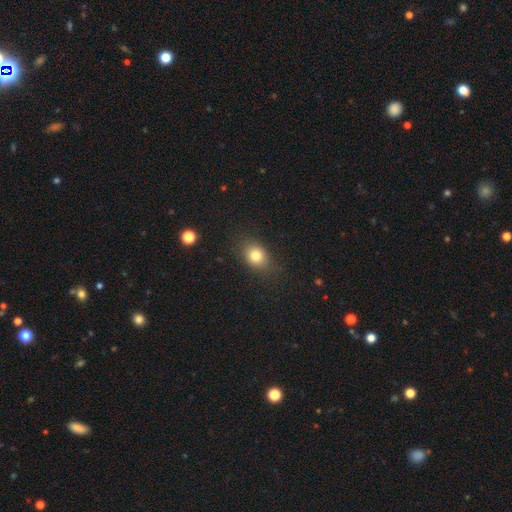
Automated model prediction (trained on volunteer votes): smooth-or-featured: smooth: 80% | star or artifact: 11% | featured or disk: 9%
  how-rounded: in between: 57% | round: 41% | cigar-shaped: 1%
  merging: none: 81% | minor disturbance: 14% | major disturbance: 4% | merger: 1%